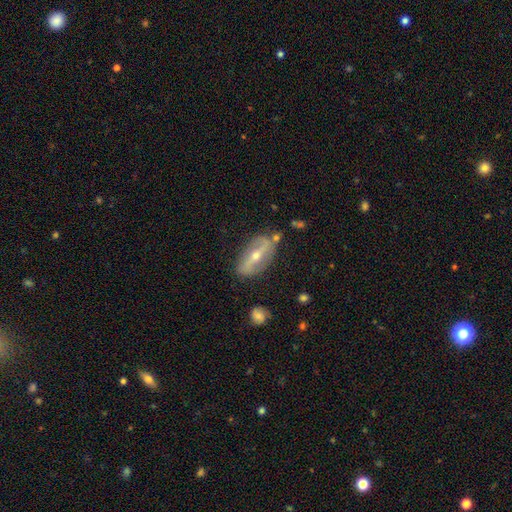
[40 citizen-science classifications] Volunteers were most divided on "bulge size": moderate: 59%, small: 38%, large: 3%, dominant: 0%, none: 0%. More confident: spiral arm count — 2 (100%); smooth or featured — featured or disk (88%); spiral arms — yes (86%); bar — strong (86%); edge-on disk — no (83%); merging — none (77%); spiral winding — loose (76%).